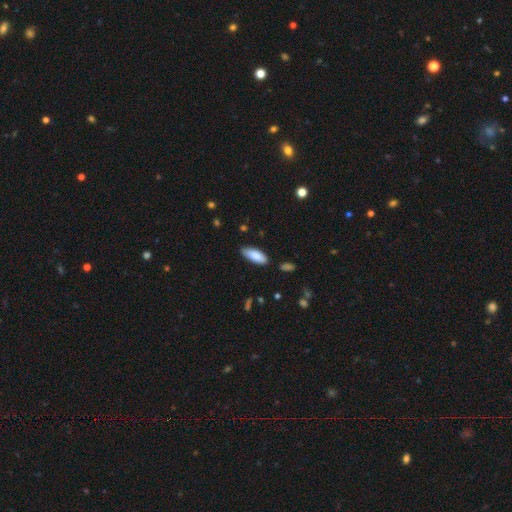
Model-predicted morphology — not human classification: A smooth galaxy with no disk features (85%) that is in between round and cigar-shaped (77%).

Vote fractions:
- Smooth or featured? smooth: 85% / featured or disk: 9% / star or artifact: 6%
- How rounded? in between: 77% / cigar-shaped: 22% / round: 2%
- Merging? none: 83% / minor disturbance: 13% / major disturbance: 2% / merger: 2%